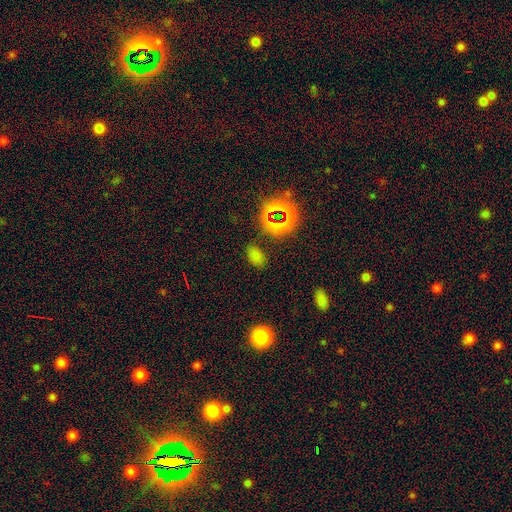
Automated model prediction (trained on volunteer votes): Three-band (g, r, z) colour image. It shows a smooth galaxy with no disk features (65%) that is in between round and cigar-shaped (86%). Merging: none (80%).